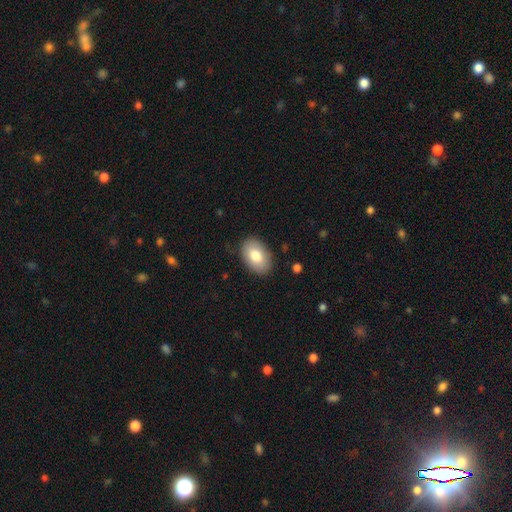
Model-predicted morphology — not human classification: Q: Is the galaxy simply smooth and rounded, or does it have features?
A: smooth — 79%.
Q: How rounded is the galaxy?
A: in between — 90%.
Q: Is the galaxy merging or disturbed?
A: none — 87%.